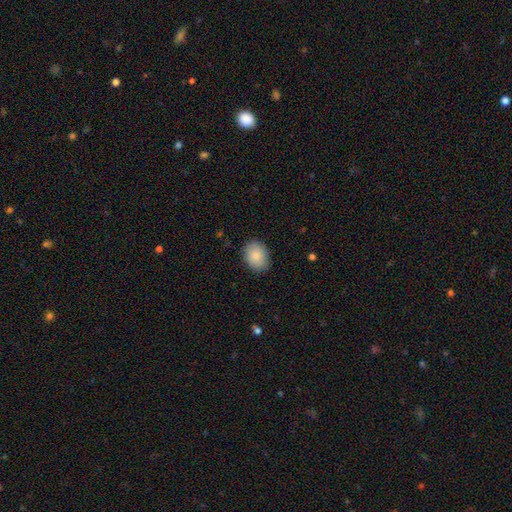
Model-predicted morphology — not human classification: Smooth or featured?
  - smooth: 87% *
  - star or artifact: 7%
  - featured or disk: 7%
How rounded?
  - in between: 60% *
  - round: 39%
  - cigar-shaped: 1%
Merging?
  - none: 83% *
  - minor disturbance: 13%
  - major disturbance: 3%
  - merger: 1%